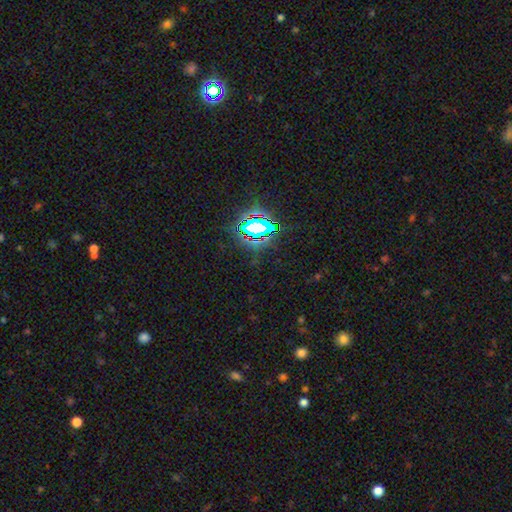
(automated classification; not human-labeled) smooth_or_featured: star or artifact (p=0.78) [alt: smooth p=0.14]